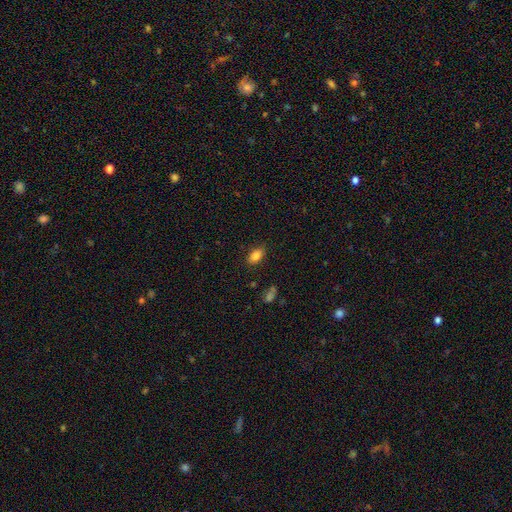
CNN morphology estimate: smooth_or_featured: smooth (p=0.84) [alt: star or artifact p=0.09]
how_rounded: in between (p=0.89) [alt: round p=0.07]
merging: none (p=0.85) [alt: minor disturbance p=0.11]